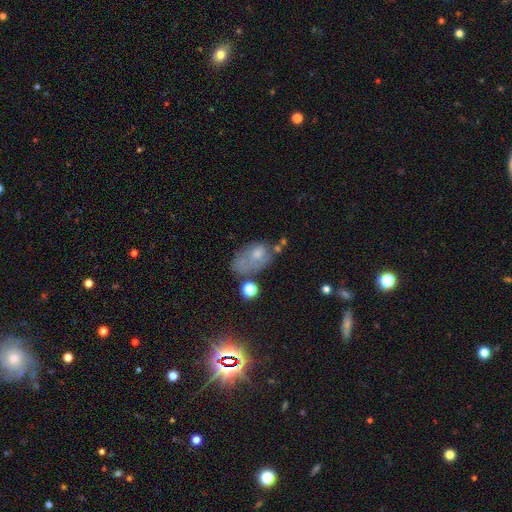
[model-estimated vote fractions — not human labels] Smooth or featured: smooth — 52% (featured or disk — 32%)
How rounded: in between — 86% (round — 12%)
Merging: none — 35% (minor disturbance — 28%)